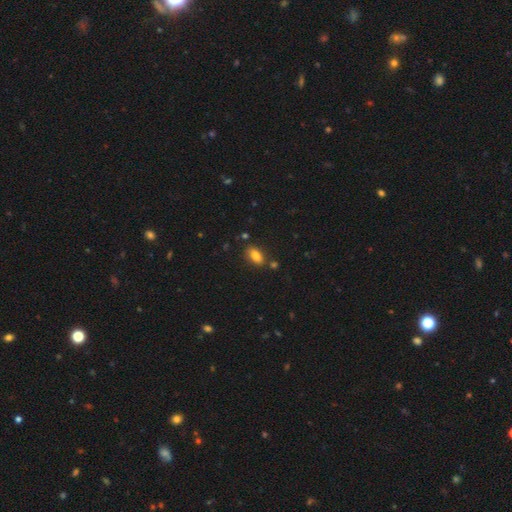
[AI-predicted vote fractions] This is clearly a smooth galaxy (83%). How rounded: clearly in between (89%). Merging: likely none (78%).